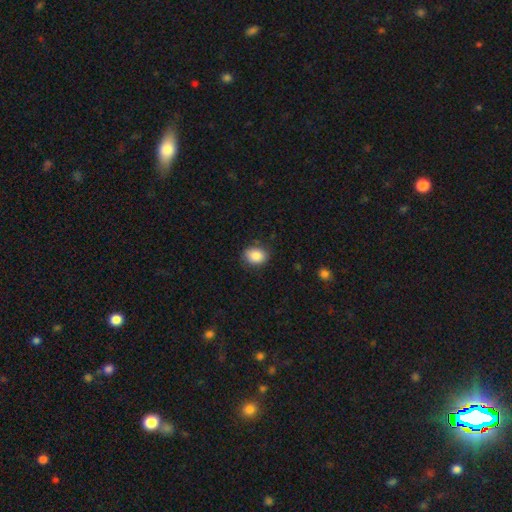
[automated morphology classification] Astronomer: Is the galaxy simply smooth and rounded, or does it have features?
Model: smooth — 87%.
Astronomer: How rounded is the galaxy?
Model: in between — 61% (runner-up: round, 38%).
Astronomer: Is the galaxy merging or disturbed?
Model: none — 83%.